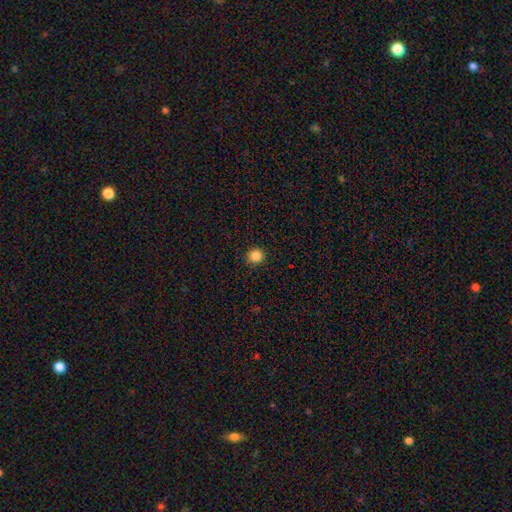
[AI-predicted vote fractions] smooth-or-featured: smooth: 86% | star or artifact: 11% | featured or disk: 3%
  how-rounded: round: 92% | in between: 7% | cigar-shaped: 1%
  merging: none: 92% | minor disturbance: 5% | major disturbance: 2% | merger: 1%